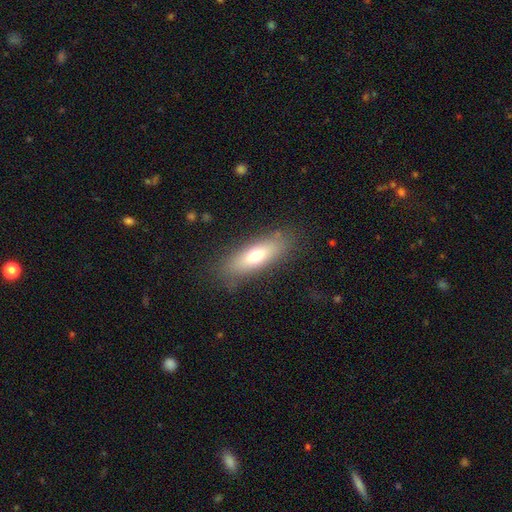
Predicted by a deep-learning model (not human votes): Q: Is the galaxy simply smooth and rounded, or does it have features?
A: smooth — 66%.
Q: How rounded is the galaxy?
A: in between — 59%.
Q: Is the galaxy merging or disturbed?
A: none — 82%.